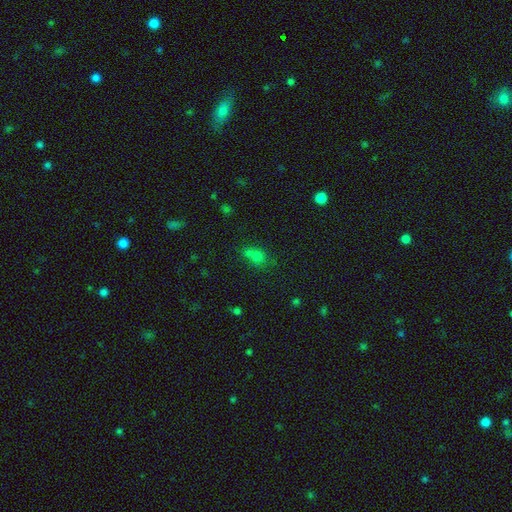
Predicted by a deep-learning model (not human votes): Overall: smooth (62%; star or artifact 28%). How rounded: round (52%; in between 45%). Merging: none (49%; merger 32%).